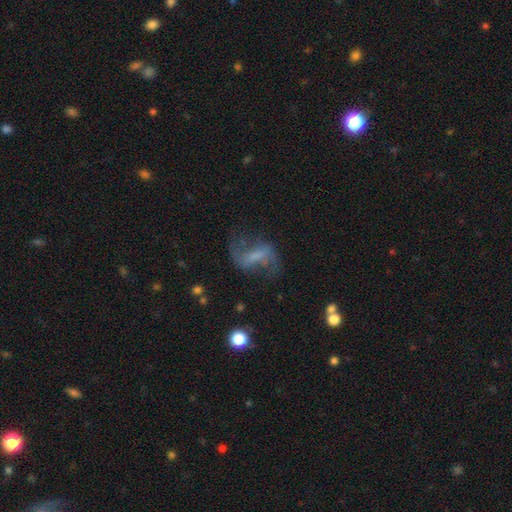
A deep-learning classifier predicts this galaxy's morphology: A featured or disk galaxy (75%) with a weak bar (42%), 2 (90%) loose (73%) spiral arms (90%) and no central bulge (48%).

Vote fractions:
- Smooth or featured? featured or disk: 75% / smooth: 15% / star or artifact: 10%
- Edge-on disk? no: 96% / yes: 4%
- Bar? weak: 42% / strong: 38% / no: 19%
- Spiral arms? yes: 90% / no: 10%
- Spiral winding? loose: 73% / medium: 22% / tight: 5%
- Spiral arm count? 2: 90% / can't tell: 4% / 1: 3% / 3: 1% / 4: 1% / more than 4: 1%
- Bulge size? none: 48% / small: 26% / moderate: 18% / large: 6% / dominant: 2%
- Merging? none: 64% / minor disturbance: 17% / major disturbance: 16% / merger: 3%